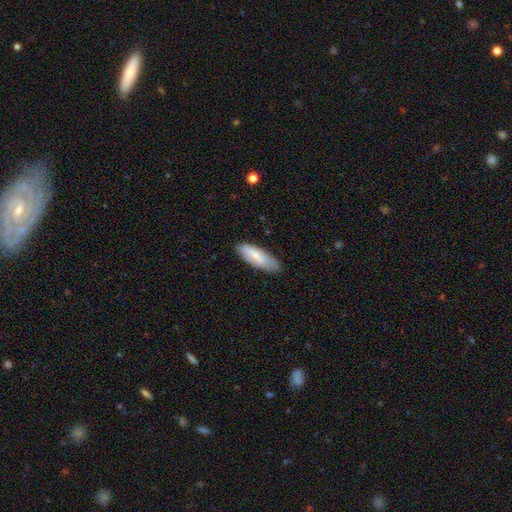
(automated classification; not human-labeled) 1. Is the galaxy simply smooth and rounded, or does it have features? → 78% smooth, 17% featured or disk, 6% star or artifact.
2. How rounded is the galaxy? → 58% in between, 40% cigar-shaped, 2% round.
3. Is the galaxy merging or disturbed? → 81% none, 15% minor disturbance, 3% major disturbance, 1% merger.